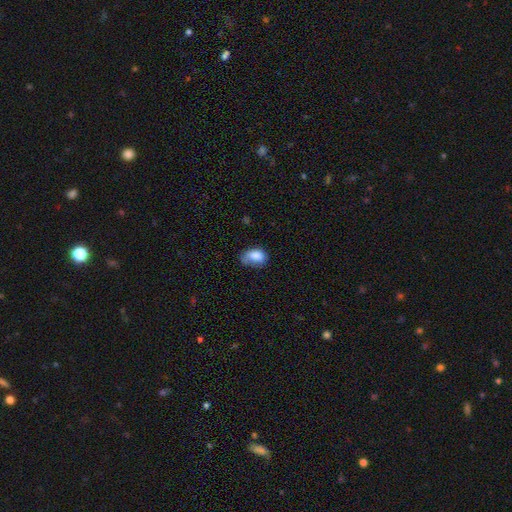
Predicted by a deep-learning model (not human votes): Morphology: type=smooth (82%); roundness=in between (84%); merging=none (41%).